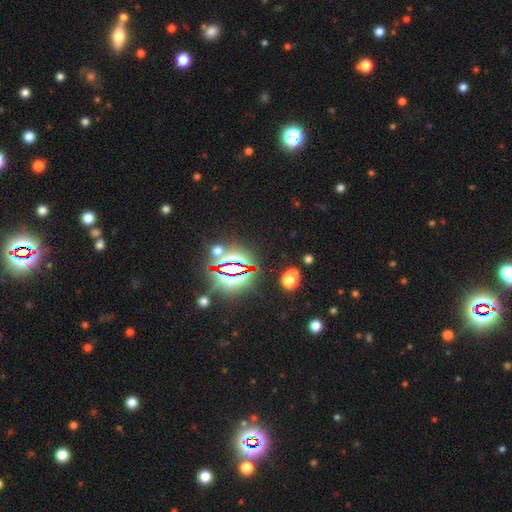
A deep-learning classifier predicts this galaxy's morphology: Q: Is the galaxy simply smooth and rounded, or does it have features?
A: star or artifact — 84%.